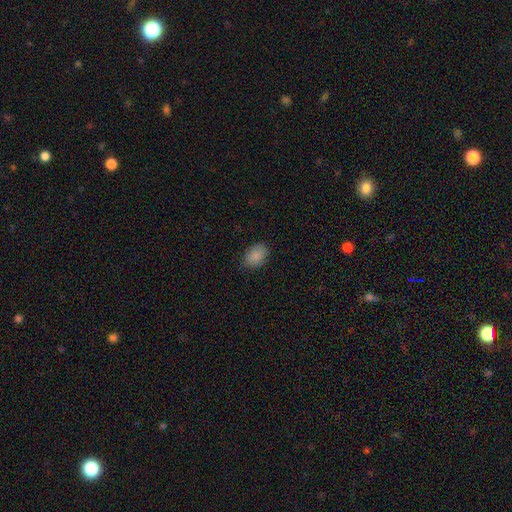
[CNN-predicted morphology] A smooth galaxy with no disk features (88%) that is in between round and cigar-shaped (81%). Merging: none (83%).